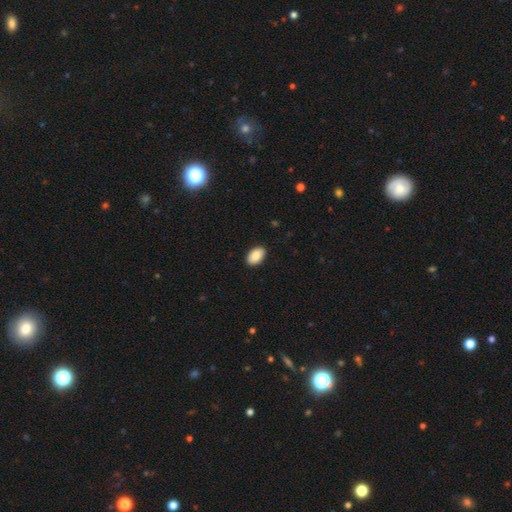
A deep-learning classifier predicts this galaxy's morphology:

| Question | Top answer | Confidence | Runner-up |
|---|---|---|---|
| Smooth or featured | smooth | 89% | star or artifact (7%) |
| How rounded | in between | 92% | round (6%) |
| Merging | none | 90% | minor disturbance (8%) |